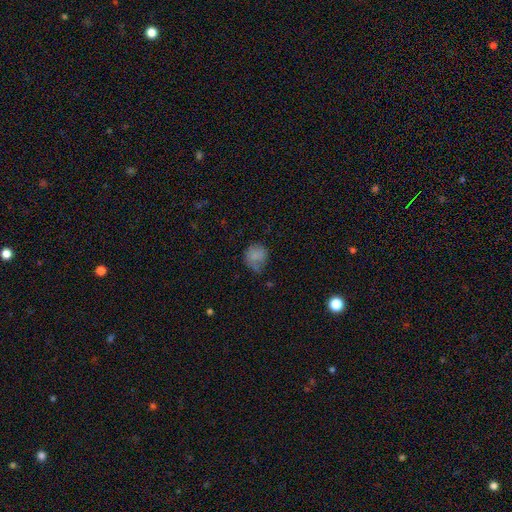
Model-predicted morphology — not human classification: Smooth or featured: smooth — 77% (featured or disk — 12%)
How rounded: round — 75% (in between — 24%)
Merging: none — 49% (minor disturbance — 34%)